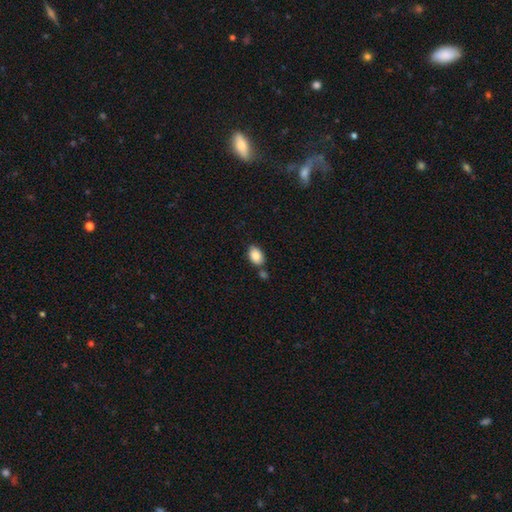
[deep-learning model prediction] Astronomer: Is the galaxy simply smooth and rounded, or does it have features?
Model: smooth — 87%.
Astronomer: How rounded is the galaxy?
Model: in between — 87%.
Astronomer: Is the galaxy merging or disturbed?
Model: none — 70%.